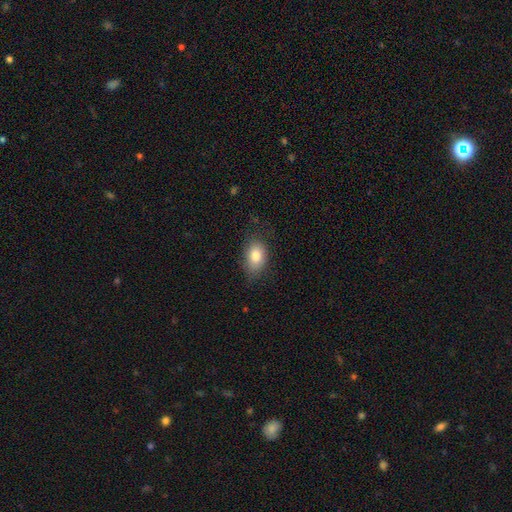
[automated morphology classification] A smooth galaxy with no disk features (81%) that is in between round and cigar-shaped (84%).

Vote fractions:
- Smooth or featured? smooth: 81% / featured or disk: 10% / star or artifact: 8%
- How rounded? in between: 84% / round: 15% / cigar-shaped: 1%
- Merging? none: 74% / minor disturbance: 20% / major disturbance: 5% / merger: 1%